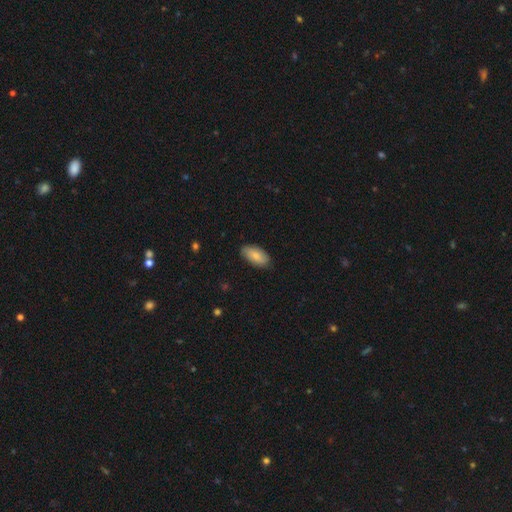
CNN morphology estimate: This appears to be a smooth galaxy with no disk features (80%) that is in between round and cigar-shaped (93%). Merging: none (85%).